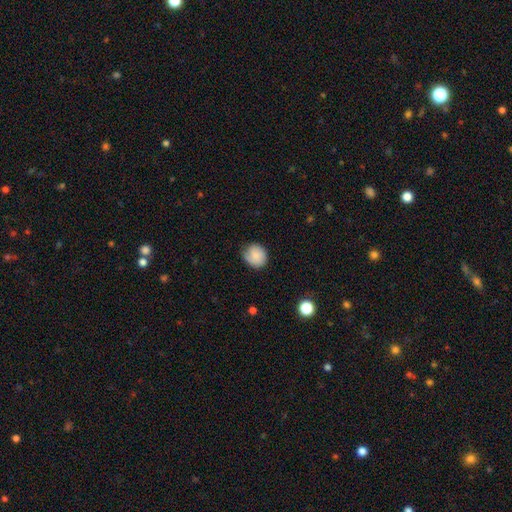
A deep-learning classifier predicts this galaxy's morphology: A smooth galaxy with no disk features (77%) that is round (74%). Merging: none (64%).